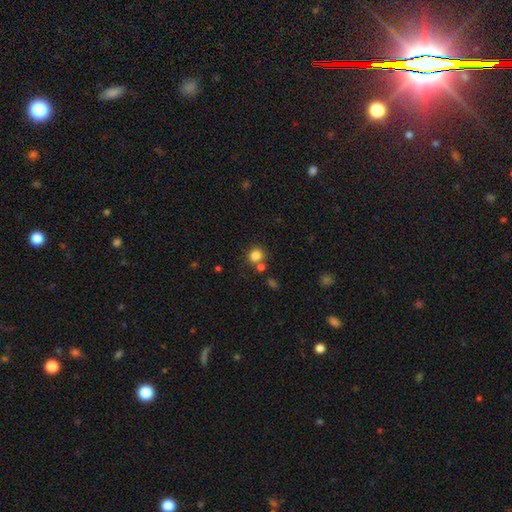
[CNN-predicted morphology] Smooth or featured: smooth — 82% (star or artifact — 12%)
How rounded: round — 87% (in between — 12%)
Merging: none — 70% (merger — 17%)